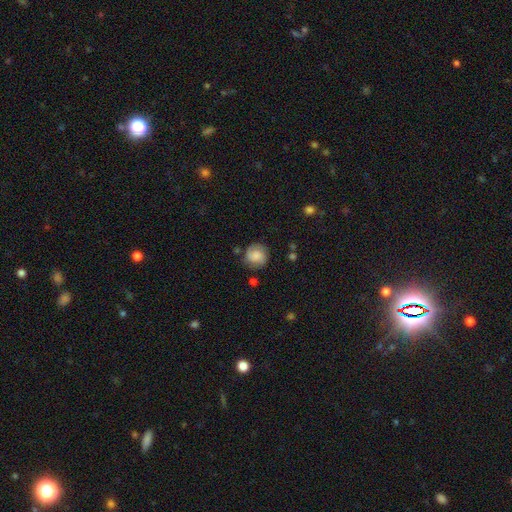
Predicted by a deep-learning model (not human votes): smooth-or-featured: smooth: 61% | featured or disk: 31% | star or artifact: 9%
  how-rounded: round: 85% | in between: 14% | cigar-shaped: 1%
  merging: none: 73% | minor disturbance: 18% | major disturbance: 7% | merger: 3%